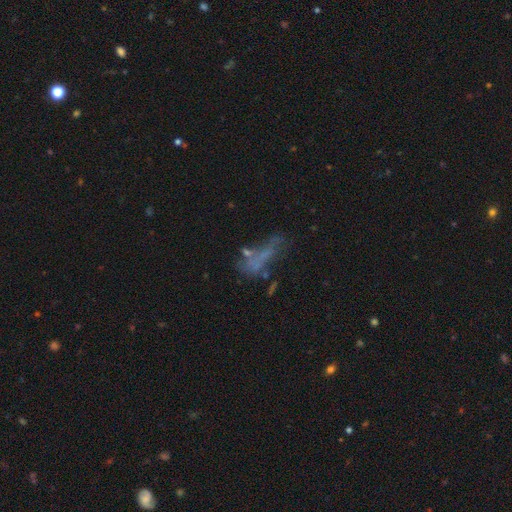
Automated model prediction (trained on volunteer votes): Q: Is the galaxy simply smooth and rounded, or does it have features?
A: featured or disk — 40%.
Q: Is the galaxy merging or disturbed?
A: none — 34%.